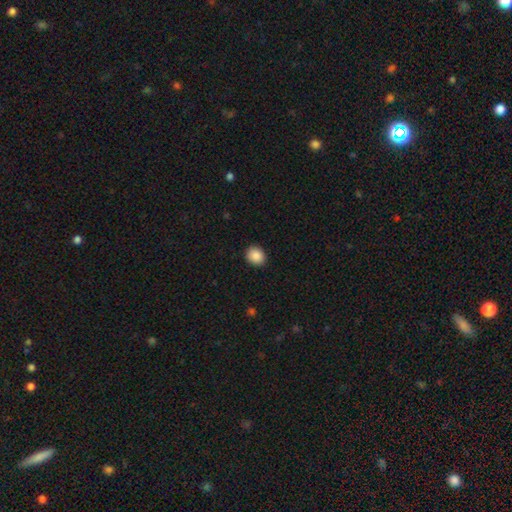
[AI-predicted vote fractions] smooth-or-featured: smooth: 89% | star or artifact: 8% | featured or disk: 3%
  how-rounded: round: 63% | in between: 36% | cigar-shaped: 1%
  merging: none: 89% | minor disturbance: 8% | major disturbance: 2% | merger: 1%